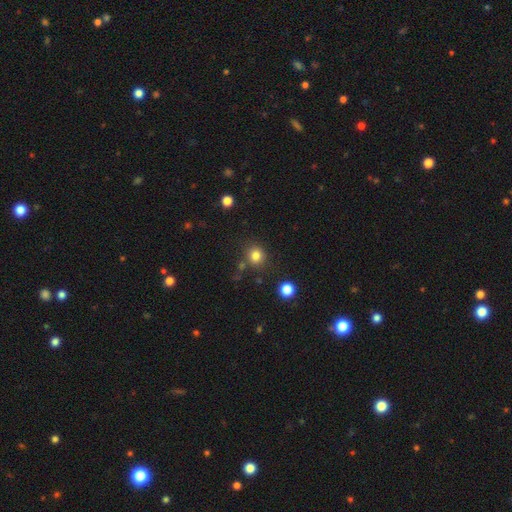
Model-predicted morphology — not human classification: Smooth or featured: smooth — 81% (star or artifact — 13%)
How rounded: round — 85% (in between — 14%)
Merging: none — 77% (minor disturbance — 11%)